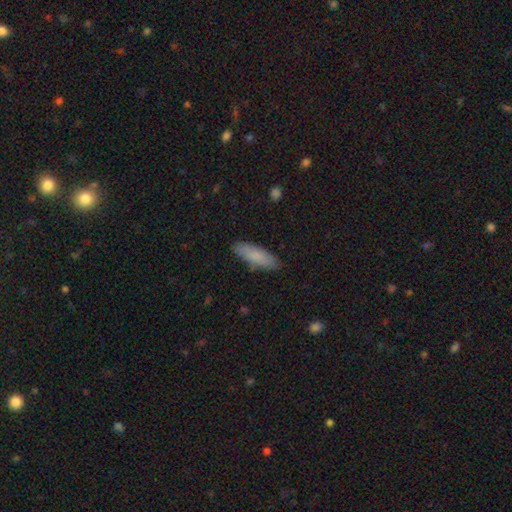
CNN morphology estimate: type=smooth (83%); roundness=in between (51%); merging=none (86%).